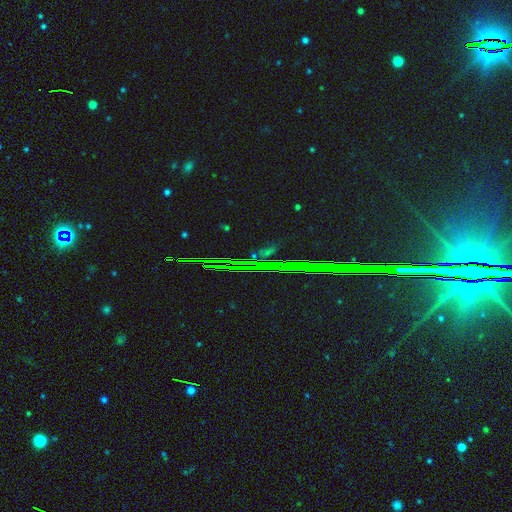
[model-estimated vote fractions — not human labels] smooth-or-featured: star or artifact: 83% | featured or disk: 8% | smooth: 8%